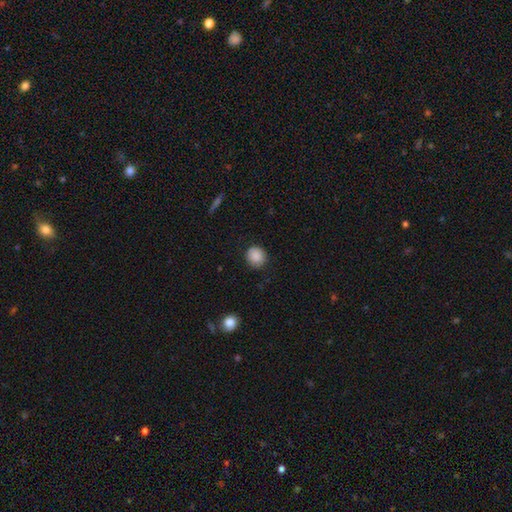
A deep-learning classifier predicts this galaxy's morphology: smooth_or_featured: smooth (p=0.87) [alt: star or artifact p=0.08]
how_rounded: round (p=0.88) [alt: in between p=0.11]
merging: none (p=0.85) [alt: minor disturbance p=0.11]